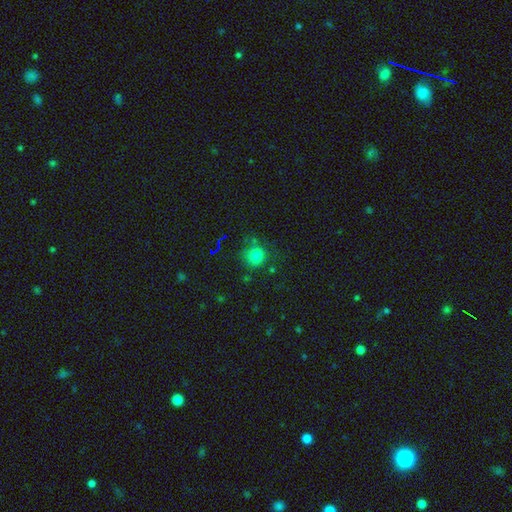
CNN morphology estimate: smooth_or_featured: smooth (p=0.77) [alt: star or artifact p=0.16]
how_rounded: round (p=0.83) [alt: in between p=0.16]
merging: none (p=0.72) [alt: minor disturbance p=0.16]